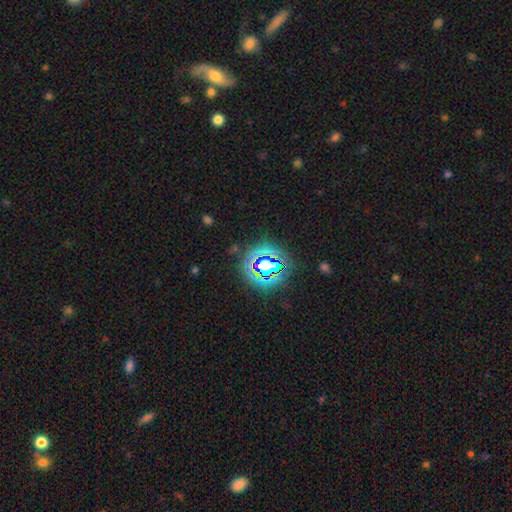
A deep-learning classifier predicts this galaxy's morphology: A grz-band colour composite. It shows a star or artifact, not a galaxy (78%).